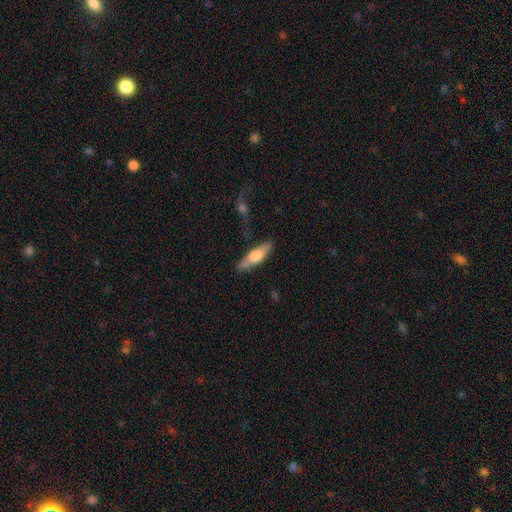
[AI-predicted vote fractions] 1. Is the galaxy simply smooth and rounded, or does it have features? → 53% smooth, 41% featured or disk, 6% star or artifact.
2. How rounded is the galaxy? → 62% cigar-shaped, 36% in between, 2% round.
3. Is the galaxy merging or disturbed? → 81% none, 13% minor disturbance, 4% merger, 3% major disturbance.